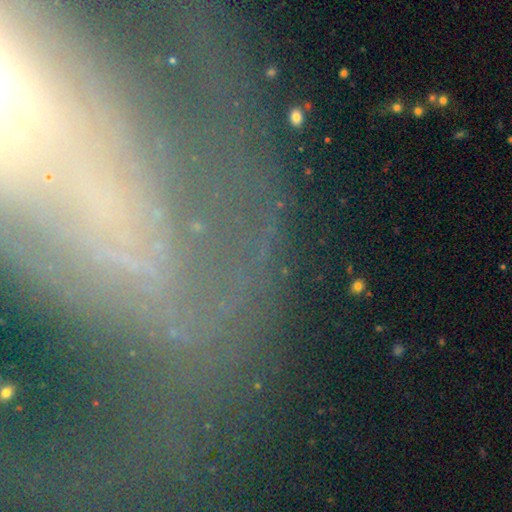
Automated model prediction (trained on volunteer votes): A featured or disk galaxy (42%).

Vote fractions:
- Smooth or featured? featured or disk: 42% / star or artifact: 41% / smooth: 18%
- Merging? none: 70% / minor disturbance: 14% / major disturbance: 10% / merger: 6%